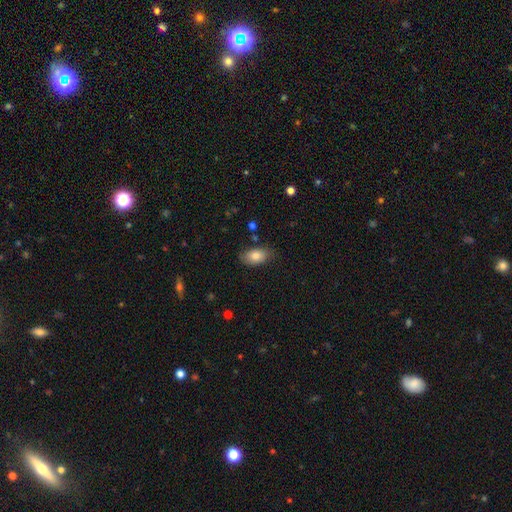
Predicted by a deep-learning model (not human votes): smooth-or-featured: smooth: 80% | featured or disk: 13% | star or artifact: 8%
  how-rounded: in between: 91% | round: 7% | cigar-shaped: 2%
  merging: none: 78% | minor disturbance: 17% | major disturbance: 3% | merger: 2%